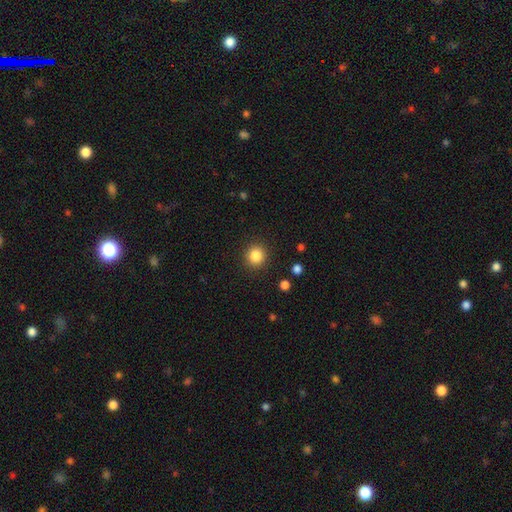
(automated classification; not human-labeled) Smooth or featured? smooth (85%)
How rounded? round (92%)
Merging? none (91%)